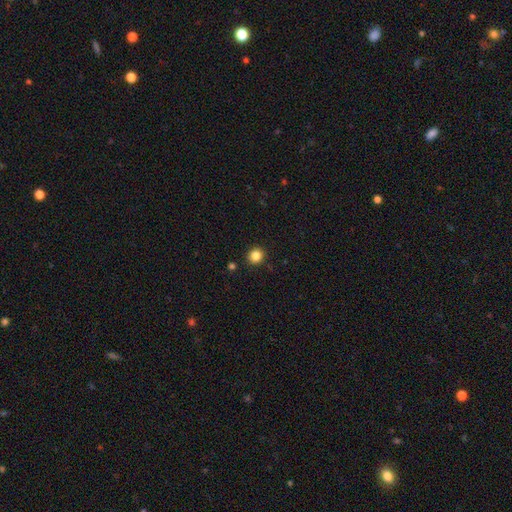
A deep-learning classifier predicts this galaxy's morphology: type=smooth (84%); roundness=round (86%); merging=none (91%).